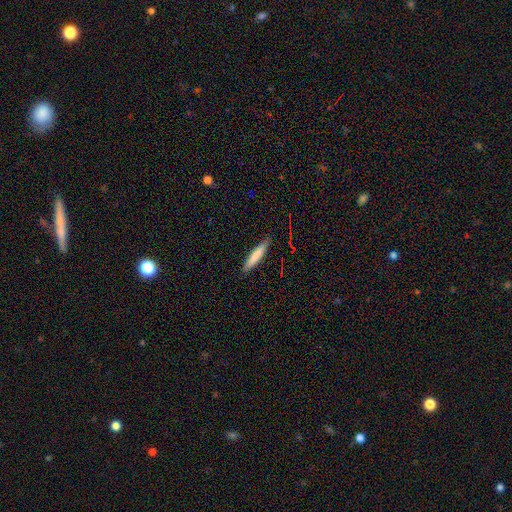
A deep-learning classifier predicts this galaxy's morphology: smooth-or-featured: smooth: 79% | featured or disk: 15% | star or artifact: 6%
  how-rounded: cigar-shaped: 90% | in between: 9% | round: 1%
  merging: none: 88% | minor disturbance: 9% | major disturbance: 2% | merger: 1%